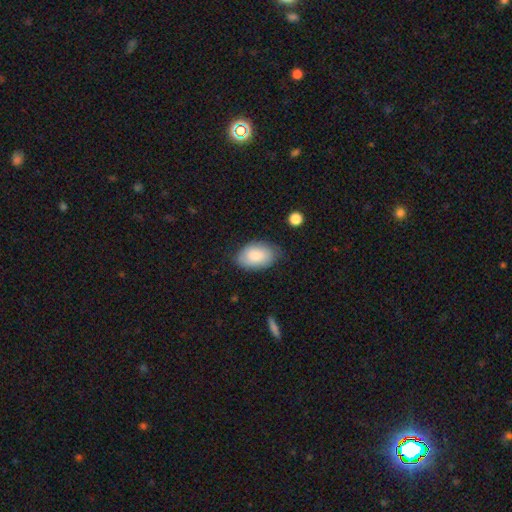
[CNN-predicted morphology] A smooth galaxy with no disk features (82%) that is in between round and cigar-shaped (91%). Merging: none (74%).